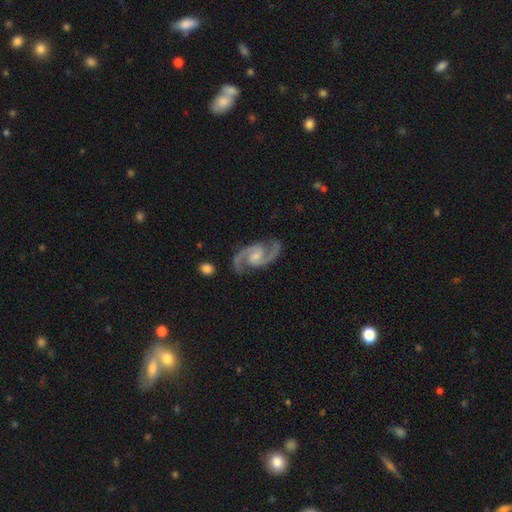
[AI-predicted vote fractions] featured or disk 94%, star or artifact 4%, smooth 3%. Down the decision tree: edge-on disk — no (98%); bar — weak (50%); spiral arms — yes (99%); spiral arm count — 2 (95%); spiral winding — medium (66%); bulge size — small (41%); merging — none (84%).